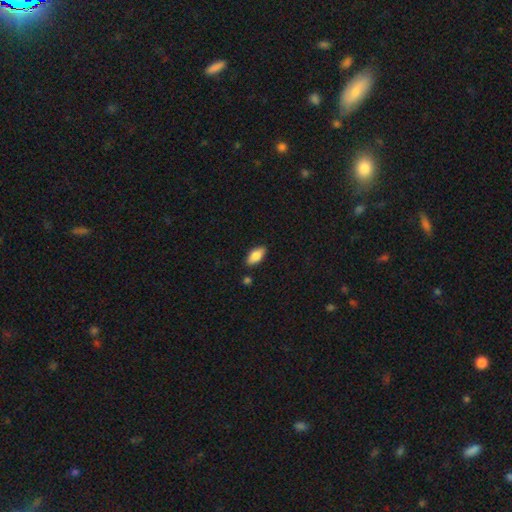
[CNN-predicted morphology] A smooth galaxy with no disk features (84%) that is in between round and cigar-shaped (90%). Merging: none (86%).